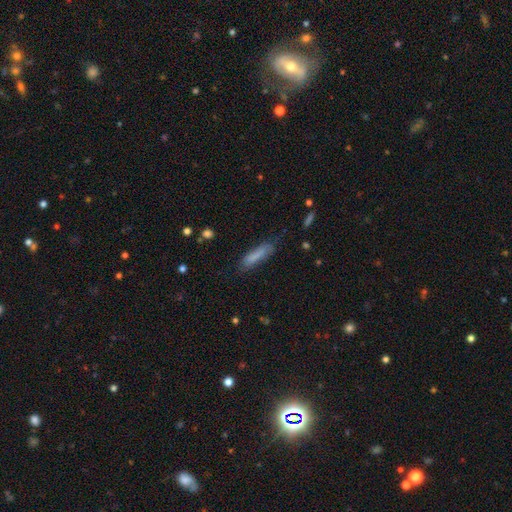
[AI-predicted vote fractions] Smooth or featured: smooth — 79% (featured or disk — 13%)
How rounded: cigar-shaped — 76% (in between — 23%)
Merging: none — 72% (minor disturbance — 20%)